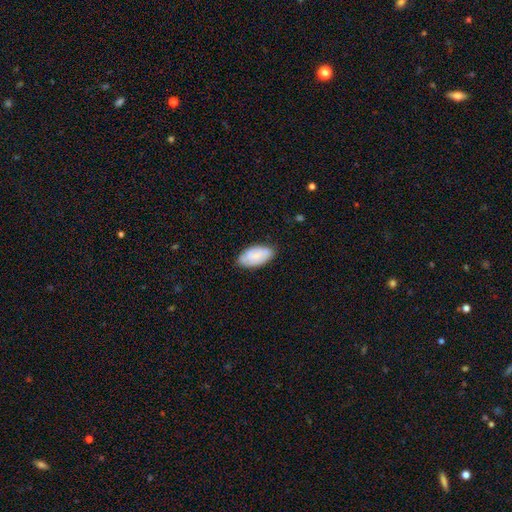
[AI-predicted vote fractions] The model was most divided on "smooth or featured": smooth: 69%, featured or disk: 24%, star or artifact: 7%. More confident: how rounded — in between (94%); merging — none (78%).